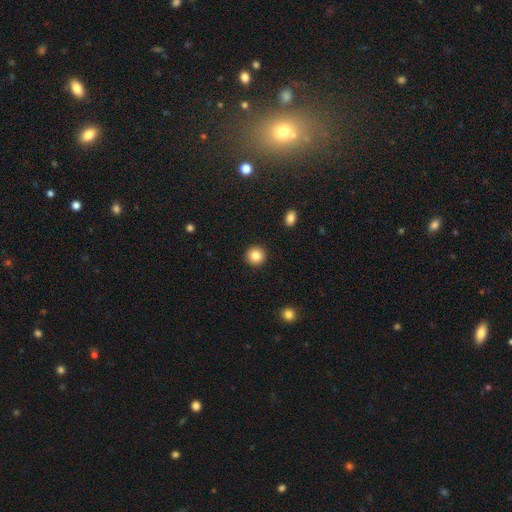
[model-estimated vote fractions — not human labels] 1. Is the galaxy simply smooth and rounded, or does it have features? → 85% smooth, 9% star or artifact, 6% featured or disk.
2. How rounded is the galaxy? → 94% round, 5% in between, 1% cigar-shaped.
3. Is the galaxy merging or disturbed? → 93% none, 5% minor disturbance, 2% major disturbance, 1% merger.